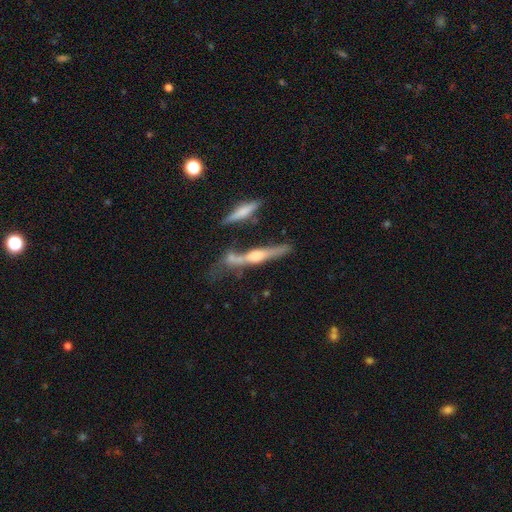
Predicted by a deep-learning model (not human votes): Overall: featured or disk (72%). Edge-on disk: yes (93%). Edge-on bulge: rounded (88%). Merging: none (50%; merger 22%).